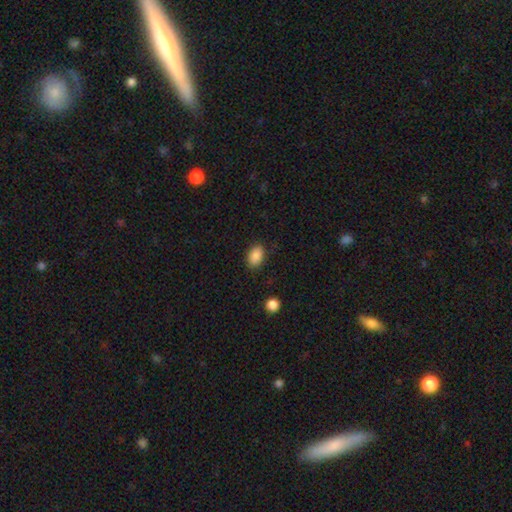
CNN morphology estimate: This is clearly a smooth galaxy (89%). How rounded: clearly in between (86%). Merging: clearly none (87%).